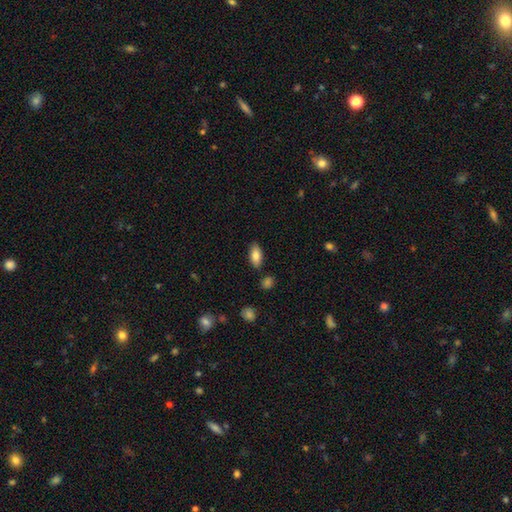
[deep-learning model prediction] Smooth or featured? smooth (83%)
How rounded? in between (90%)
Merging? none (85%)